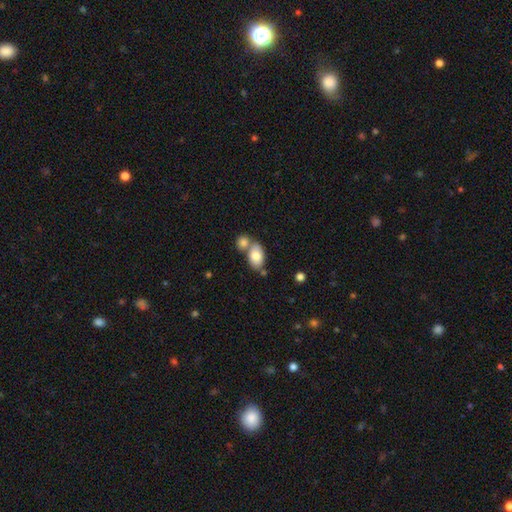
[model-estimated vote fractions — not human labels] Overall: smooth (80%). How rounded: in between (89%). Merging: none (47%; merger 39%).